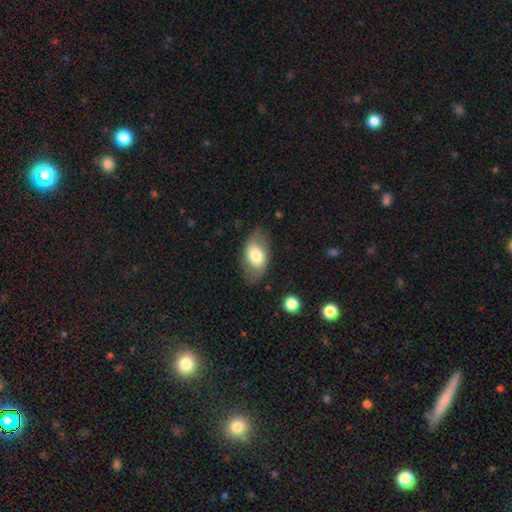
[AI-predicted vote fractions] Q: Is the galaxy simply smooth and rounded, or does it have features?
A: smooth — 70%.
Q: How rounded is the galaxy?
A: in between — 91%.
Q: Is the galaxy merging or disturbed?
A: none — 76%.